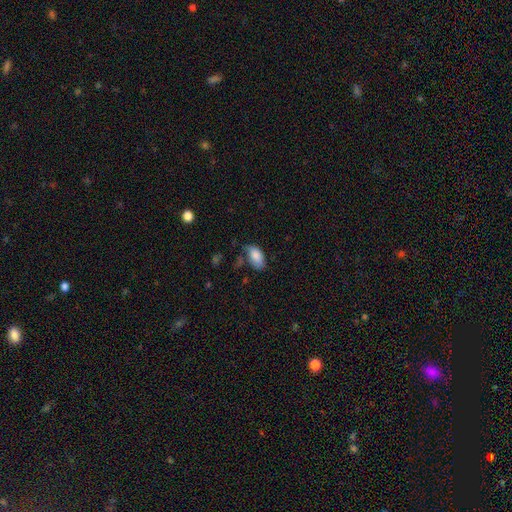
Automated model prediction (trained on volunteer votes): The model was most divided on "merging": none: 47%, minor disturbance: 33%, major disturbance: 14%, merger: 5%. More confident: how rounded — in between (94%); smooth or featured — smooth (83%).